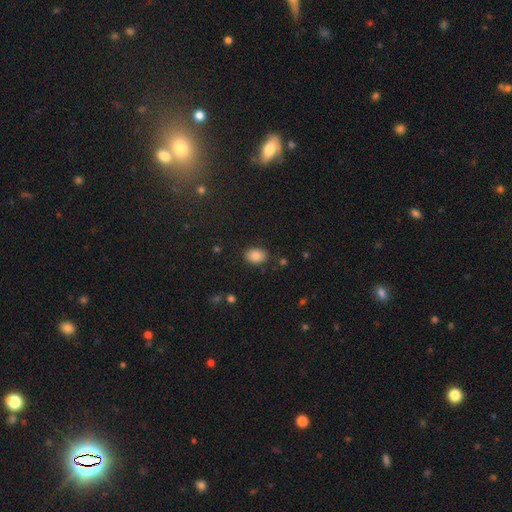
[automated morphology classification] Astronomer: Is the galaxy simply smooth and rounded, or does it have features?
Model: smooth — 83%.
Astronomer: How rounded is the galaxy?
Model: in between — 67%.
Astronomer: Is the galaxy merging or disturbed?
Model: none — 84%.